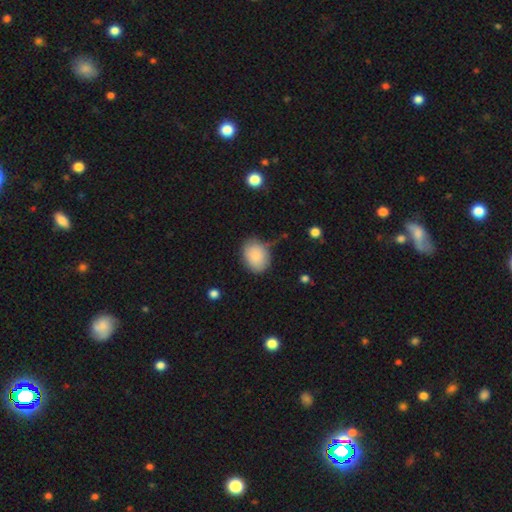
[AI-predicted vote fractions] Smooth or featured?
  - smooth: 83% *
  - featured or disk: 9%
  - star or artifact: 8%
How rounded?
  - in between: 64% *
  - round: 35%
  - cigar-shaped: 1%
Merging?
  - none: 67% *
  - minor disturbance: 24%
  - major disturbance: 7%
  - merger: 3%